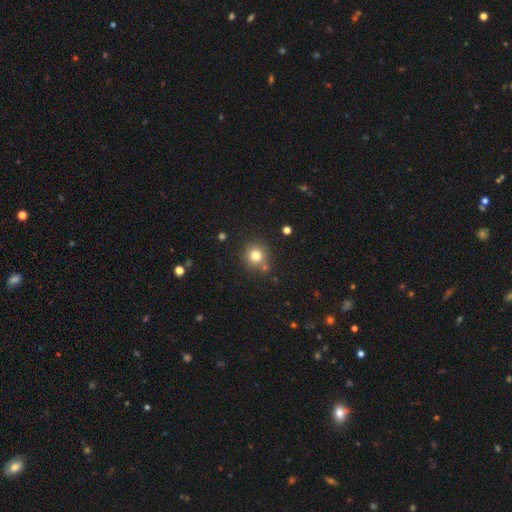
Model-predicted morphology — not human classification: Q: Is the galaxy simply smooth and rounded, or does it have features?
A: smooth — 79%.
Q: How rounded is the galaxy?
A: round — 93%.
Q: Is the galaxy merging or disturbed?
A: none — 78%.